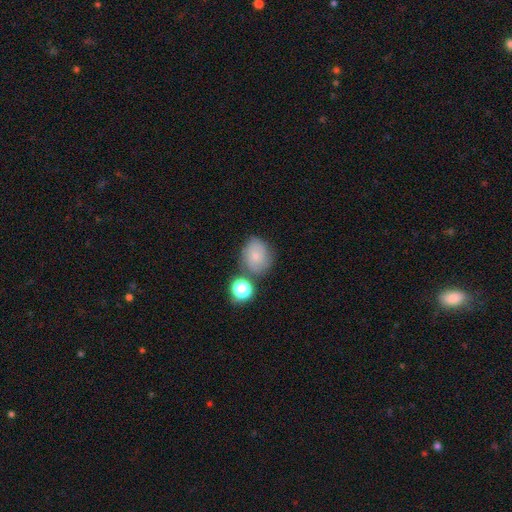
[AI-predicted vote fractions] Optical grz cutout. It shows a smooth galaxy with no disk features (59%) that is round (63%). Merging: none (63%).